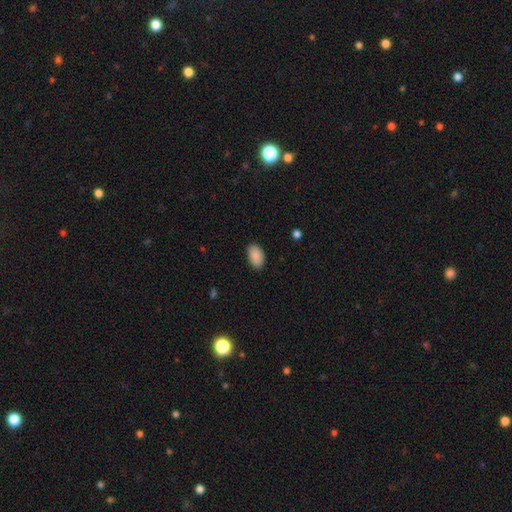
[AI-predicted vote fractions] smooth 90%, star or artifact 7%, featured or disk 3%. Down the decision tree: how rounded — in between (93%); merging — none (87%).